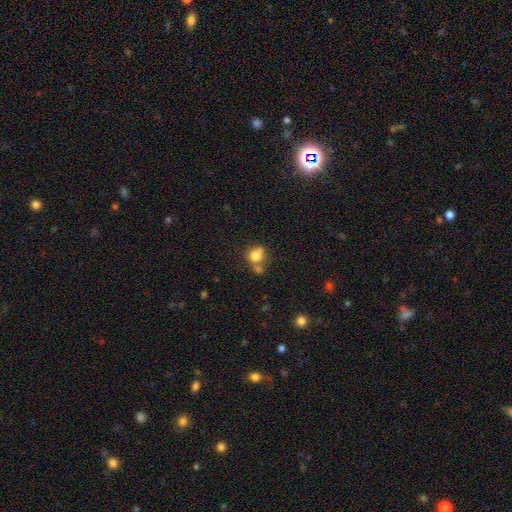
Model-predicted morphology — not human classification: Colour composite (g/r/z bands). It shows a smooth galaxy with no disk features (75%) that is round (65%). Merging: none (39%).